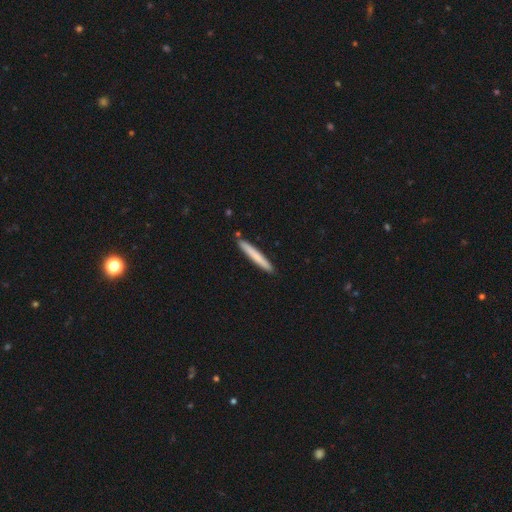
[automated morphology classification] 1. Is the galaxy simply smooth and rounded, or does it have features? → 73% smooth, 22% featured or disk, 5% star or artifact.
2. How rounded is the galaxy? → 96% cigar-shaped, 3% in between, 1% round.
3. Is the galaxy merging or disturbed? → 90% none, 7% minor disturbance, 2% merger, 1% major disturbance.